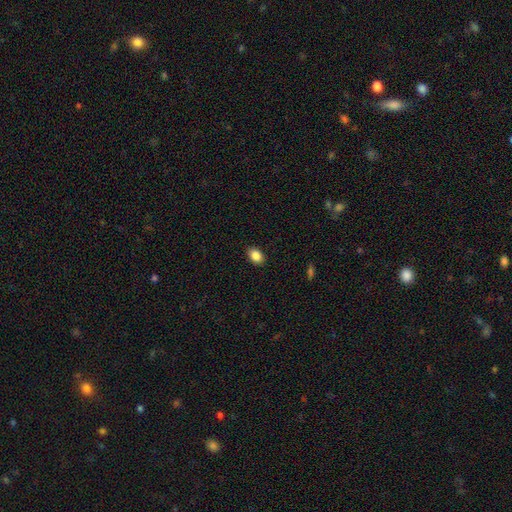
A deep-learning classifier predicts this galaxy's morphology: The model was most divided on "how rounded": in between: 82%, round: 16%, cigar-shaped: 1%. More confident: merging — none (89%); smooth or featured — smooth (87%).